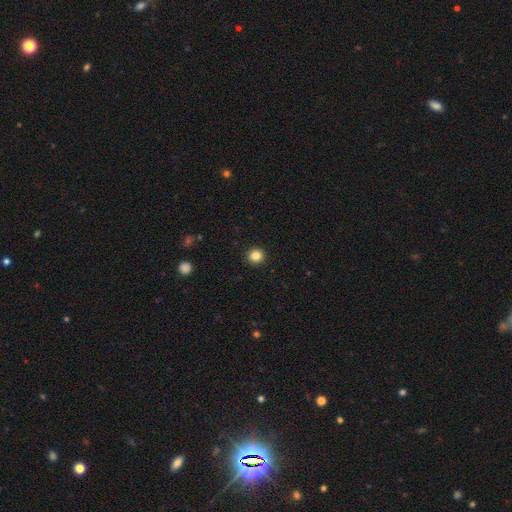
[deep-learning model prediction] smooth 84%, star or artifact 11%, featured or disk 5%. Down the decision tree: how rounded — round (93%); merging — none (93%).